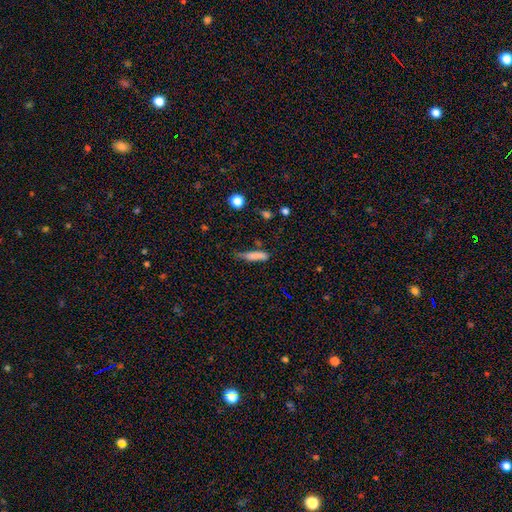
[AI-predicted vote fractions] This is likely a smooth galaxy (80%). How rounded: likely cigar-shaped (75%). Merging: possibly none (53%).